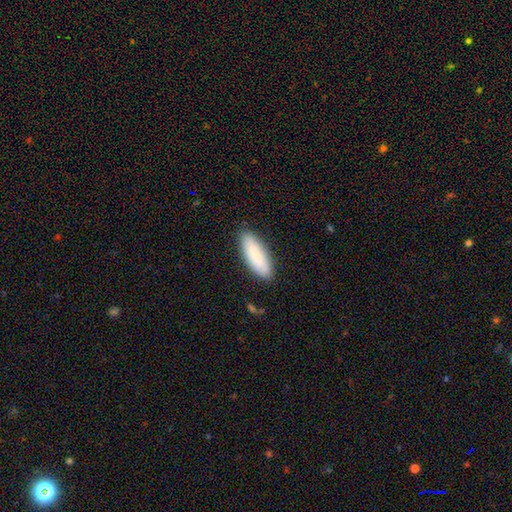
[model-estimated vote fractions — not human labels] Smooth or featured: smooth — 85% (featured or disk — 9%)
How rounded: in between — 65% (cigar-shaped — 34%)
Merging: none — 87% (minor disturbance — 10%)